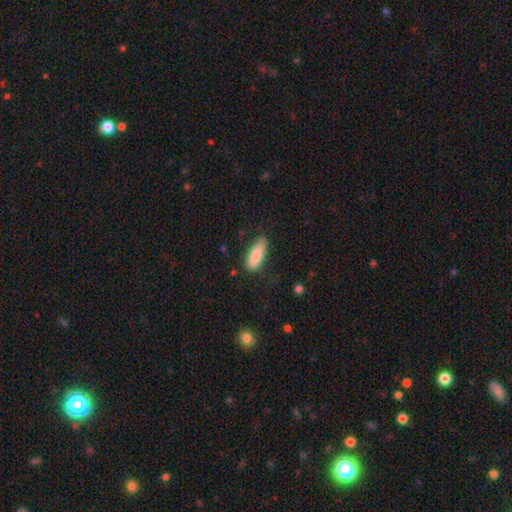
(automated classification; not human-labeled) A smooth galaxy with no disk features (86%) that is in between round and cigar-shaped (75%).

Vote fractions:
- Smooth or featured? smooth: 86% / featured or disk: 8% / star or artifact: 6%
- How rounded? in between: 75% / cigar-shaped: 23% / round: 2%
- Merging? none: 73% / minor disturbance: 21% / major disturbance: 4% / merger: 2%